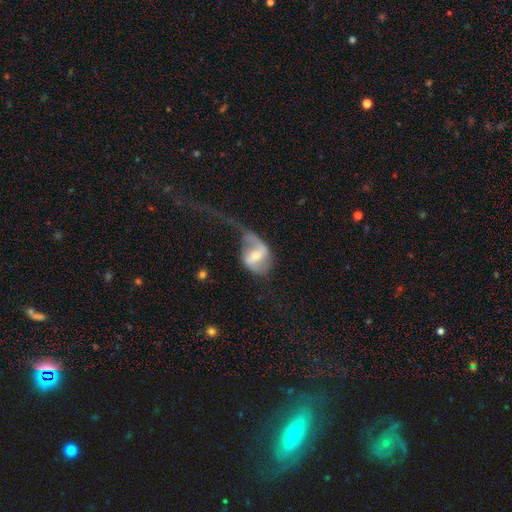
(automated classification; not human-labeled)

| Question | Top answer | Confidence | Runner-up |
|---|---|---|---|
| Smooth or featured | featured or disk | 63% | smooth (31%) |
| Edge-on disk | no | 96% | yes (4%) |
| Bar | weak | 46% | strong (36%) |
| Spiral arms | yes | 71% | no (29%) |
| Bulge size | moderate | 52% | small (36%) |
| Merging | major disturbance | 59% | none (20%) |